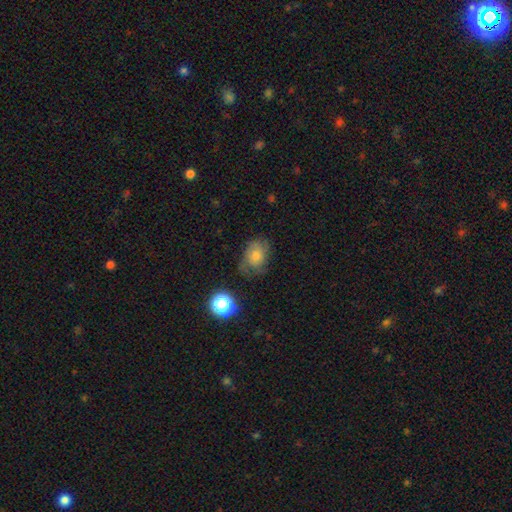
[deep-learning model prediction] Smooth or featured? smooth (55%)
How rounded? in between (61%)
Merging? none (56%)